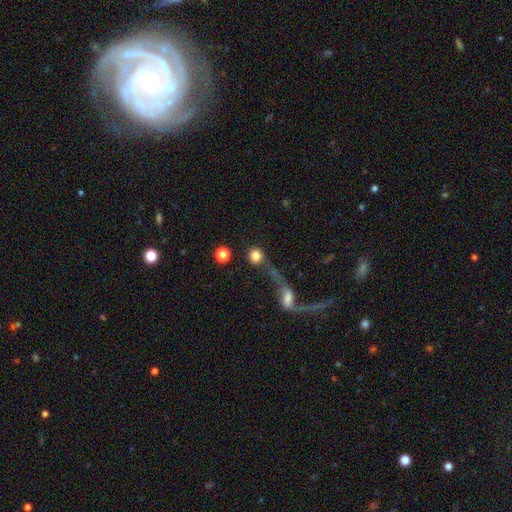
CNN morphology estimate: The model was most divided on "merging": none: 51%, merger: 32%, major disturbance: 9%, minor disturbance: 8%. More confident: how rounded — round (91%); smooth or featured — smooth (83%).